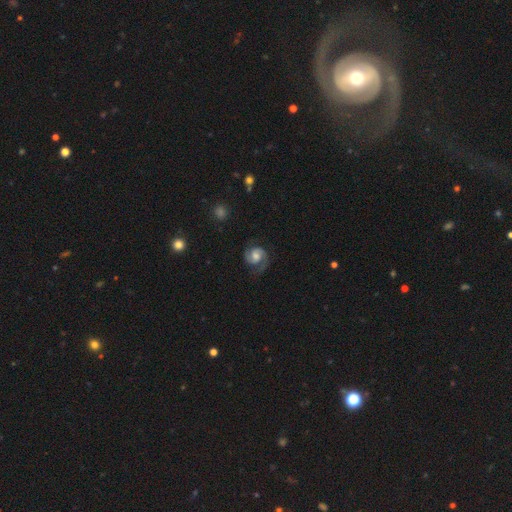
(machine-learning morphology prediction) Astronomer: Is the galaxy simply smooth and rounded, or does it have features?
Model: featured or disk — 83%.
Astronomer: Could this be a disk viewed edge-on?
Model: no — 98%.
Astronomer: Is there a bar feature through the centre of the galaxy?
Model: no — 53% (runner-up: weak, 39%).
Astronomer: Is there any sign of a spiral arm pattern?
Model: yes — 97%.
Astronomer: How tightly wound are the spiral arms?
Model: medium — 52% (runner-up: tight, 33%).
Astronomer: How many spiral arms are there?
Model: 2 — 91%.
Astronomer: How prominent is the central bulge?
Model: moderate — 53%.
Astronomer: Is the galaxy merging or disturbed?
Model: none — 76%.